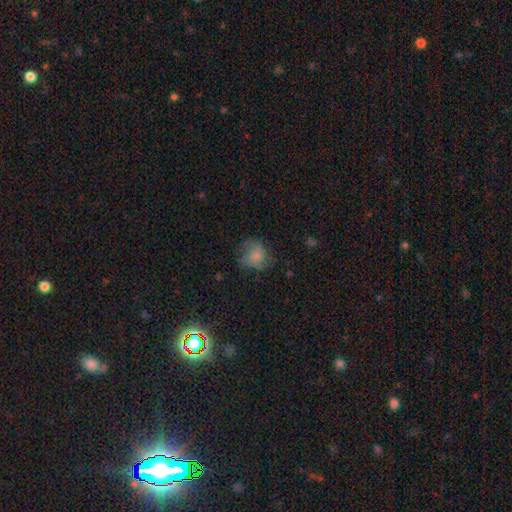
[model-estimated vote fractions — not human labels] This appears to be a smooth galaxy with no disk features (50%). Merging: none (54%).